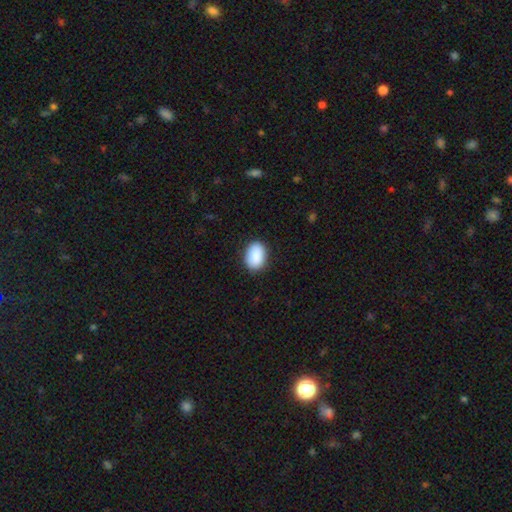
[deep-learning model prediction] smooth_or_featured: smooth (p=0.90) [alt: star or artifact p=0.07]
how_rounded: in between (p=0.79) [alt: round p=0.20]
merging: none (p=0.86) [alt: minor disturbance p=0.10]